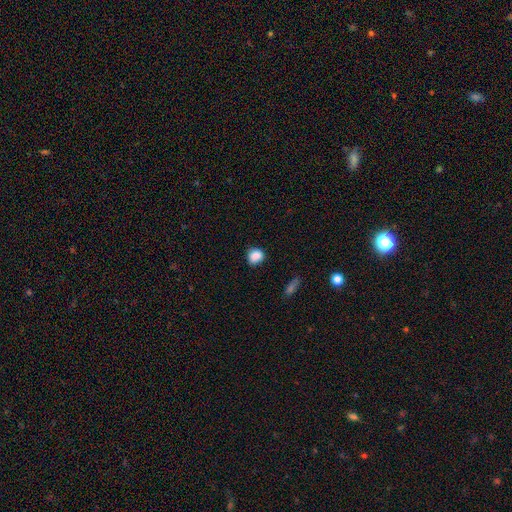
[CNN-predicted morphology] The model was most divided on "merging": none: 73%, minor disturbance: 21%, major disturbance: 4%, merger: 2%. More confident: smooth or featured — smooth (87%); how rounded — round (76%).